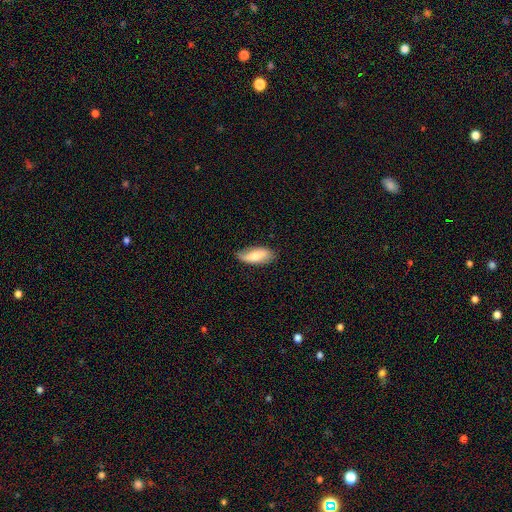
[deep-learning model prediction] Overall: smooth (74%). How rounded: in between (81%). Merging: none (69%).